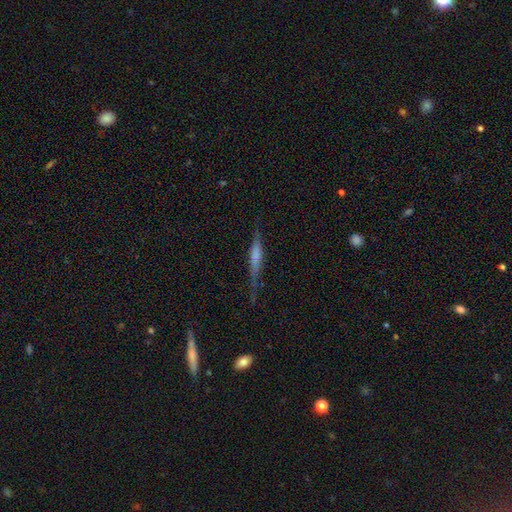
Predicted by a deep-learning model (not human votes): Q: Smooth or featured?
A: featured or disk (50%); runner-up: smooth (42%)
Q: Edge-on disk?
A: yes (94%); runner-up: no (6%)
Q: Merging?
A: none (72%); runner-up: minor disturbance (20%)